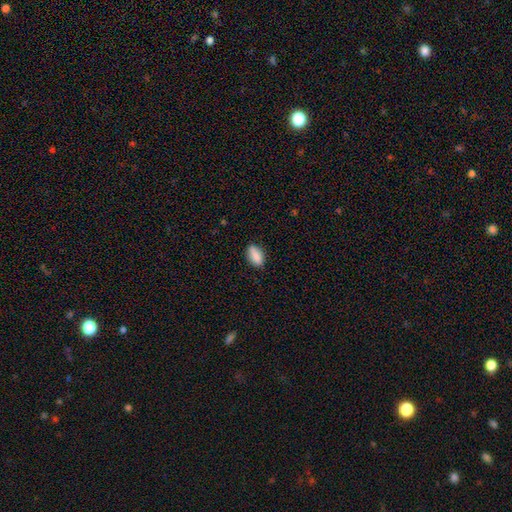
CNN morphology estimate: Smooth or featured? Predicted: smooth (p=0.87). How rounded? Predicted: in between (p=0.87). Merging? Predicted: none (p=0.84).